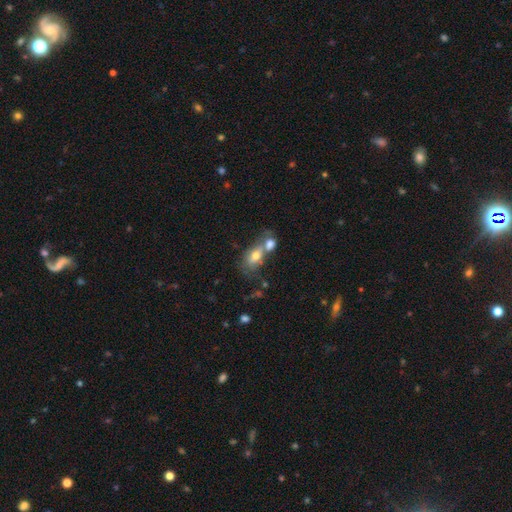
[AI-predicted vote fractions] A smooth galaxy with no disk features (65%) that is in between round and cigar-shaped (75%).

Vote fractions:
- Smooth or featured? smooth: 65% / featured or disk: 24% / star or artifact: 10%
- How rounded? in between: 75% / round: 21% / cigar-shaped: 3%
- Merging? merger: 62% / none: 22% / minor disturbance: 9% / major disturbance: 7%